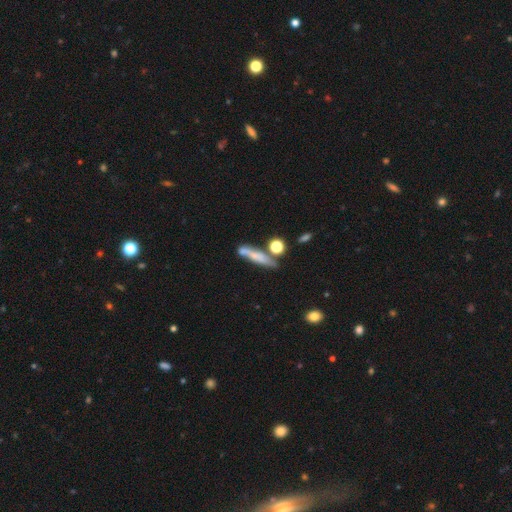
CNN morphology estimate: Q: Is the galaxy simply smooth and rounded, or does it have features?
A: smooth — 53%.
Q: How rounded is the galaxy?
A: cigar-shaped — 76%.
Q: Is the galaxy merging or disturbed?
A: none — 53%.